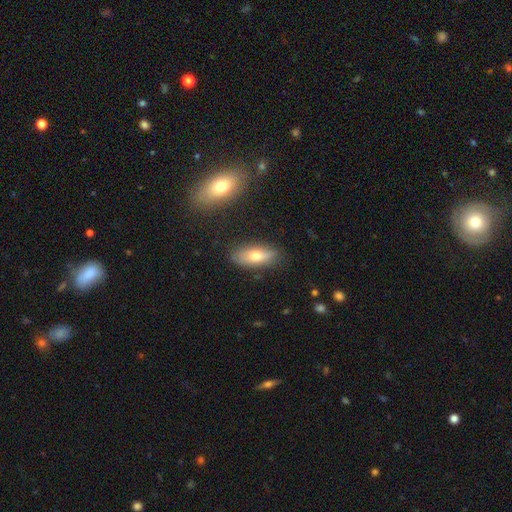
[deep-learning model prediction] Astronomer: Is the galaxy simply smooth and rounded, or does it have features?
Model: smooth — 69%.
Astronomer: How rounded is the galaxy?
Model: in between — 78%.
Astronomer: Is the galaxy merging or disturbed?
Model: none — 81%.